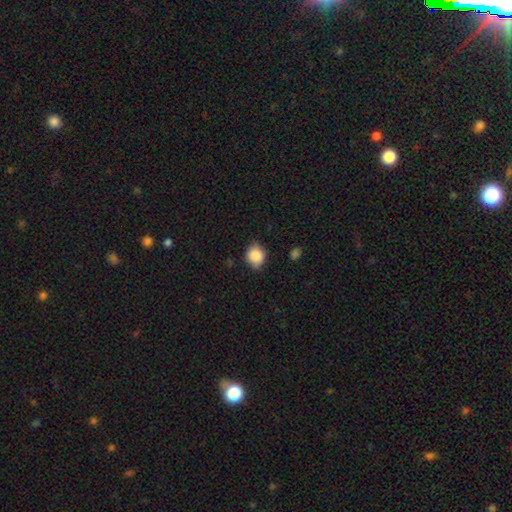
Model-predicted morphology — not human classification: This appears to be a smooth galaxy with no disk features (85%) that is round (68%). Merging: none (75%).